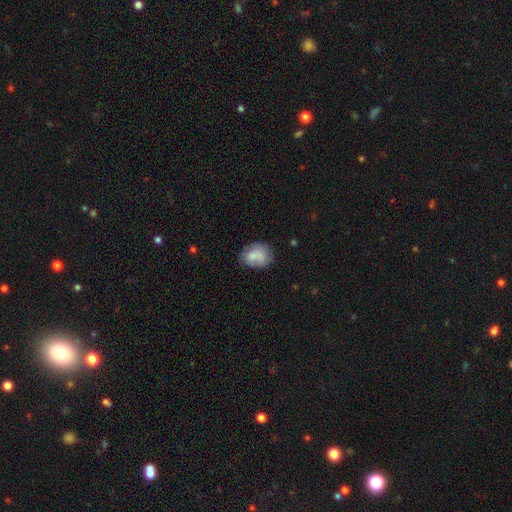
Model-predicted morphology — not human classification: Smooth or featured?
  - smooth: 78% *
  - featured or disk: 14%
  - star or artifact: 8%
How rounded?
  - in between: 67% *
  - round: 32%
  - cigar-shaped: 1%
Merging?
  - none: 61% *
  - minor disturbance: 27%
  - major disturbance: 9%
  - merger: 3%